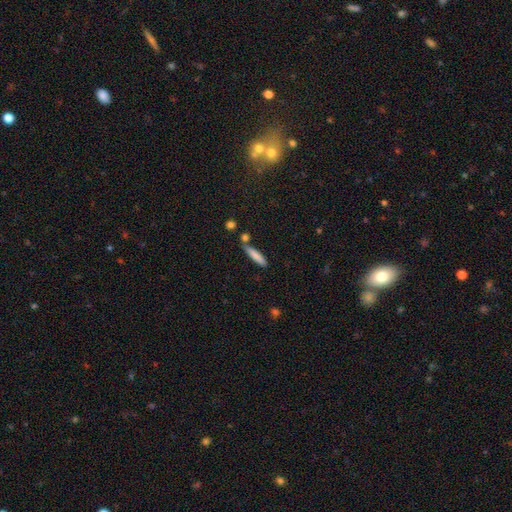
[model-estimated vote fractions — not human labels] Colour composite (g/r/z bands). It shows a smooth galaxy with no disk features (80%) that is cigar-shaped (88%). Merging: none (73%).